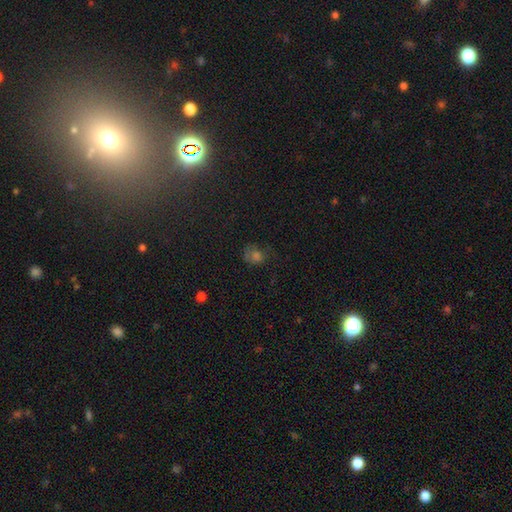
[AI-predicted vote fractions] smooth-or-featured: smooth: 49% | star or artifact: 32% | featured or disk: 19%
  merging: none: 59% | minor disturbance: 22% | major disturbance: 16% | merger: 3%